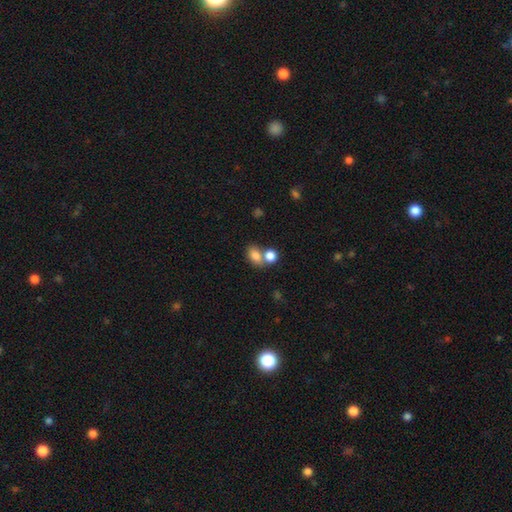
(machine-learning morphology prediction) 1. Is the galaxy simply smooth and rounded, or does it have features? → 81% smooth, 10% star or artifact, 9% featured or disk.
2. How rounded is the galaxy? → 72% in between, 26% round, 2% cigar-shaped.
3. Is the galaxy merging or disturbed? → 44% merger, 41% none, 10% minor disturbance, 5% major disturbance.